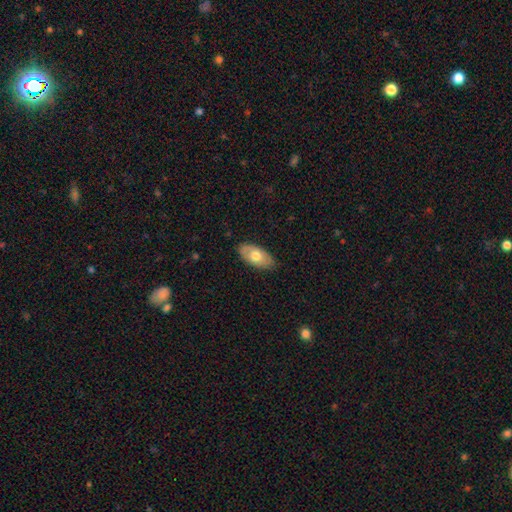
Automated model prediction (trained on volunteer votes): Smooth or featured: smooth — 65% (featured or disk — 30%)
How rounded: in between — 93% (round — 3%)
Merging: none — 81% (minor disturbance — 16%)